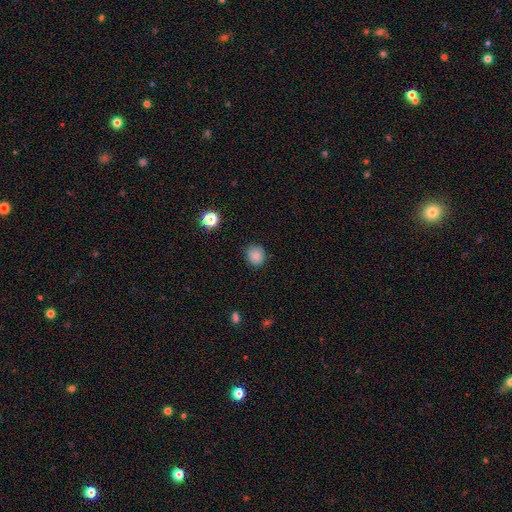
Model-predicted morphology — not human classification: Smooth or featured? Predicted: smooth (p=0.83). How rounded? Predicted: round (p=0.86). Merging? Predicted: none (p=0.86).